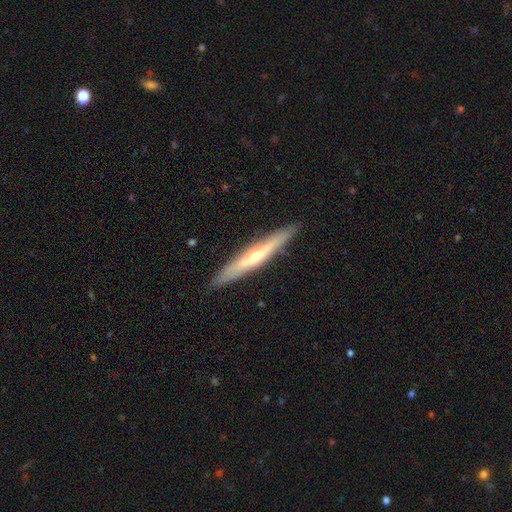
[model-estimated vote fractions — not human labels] A featured or disk galaxy (63%) viewed edge-on (93%) with a rounded central bulge (81%). Merging: none (90%).